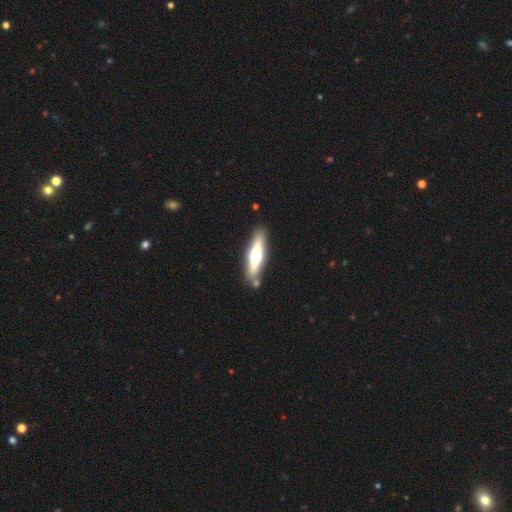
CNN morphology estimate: A featured or disk galaxy (58%) viewed edge-on (93%) with a rounded central bulge (91%).

Vote fractions:
- Smooth or featured? featured or disk: 58% / smooth: 36% / star or artifact: 5%
- Edge-on disk? yes: 93% / no: 7%
- Edge-on bulge? rounded: 91% / boxy: 6% / none: 4%
- Merging? none: 81% / minor disturbance: 10% / merger: 6% / major disturbance: 3%